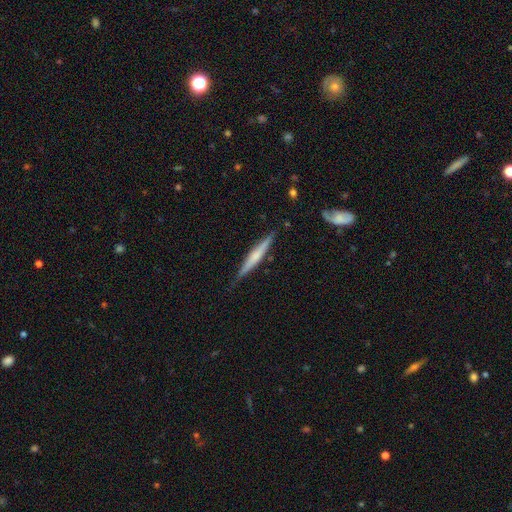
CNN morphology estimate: This is possibly a featured or disk galaxy (56%). It is clearly viewed edge-on (97%). Edge-on bulge: possibly rounded (52%). Merging: clearly none (83%).